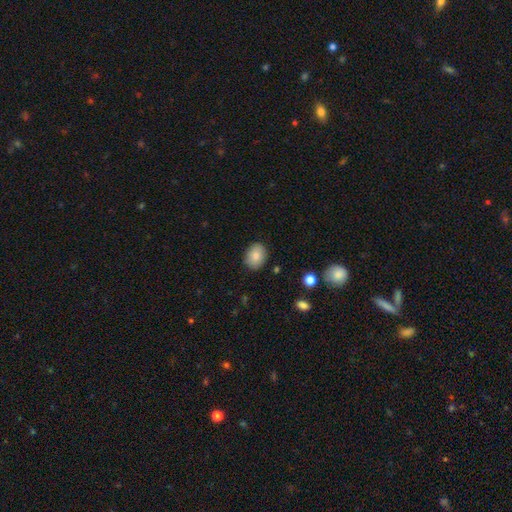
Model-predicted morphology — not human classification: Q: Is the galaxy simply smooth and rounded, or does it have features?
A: smooth — 84%.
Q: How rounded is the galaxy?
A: in between — 60%.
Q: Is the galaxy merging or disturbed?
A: none — 86%.